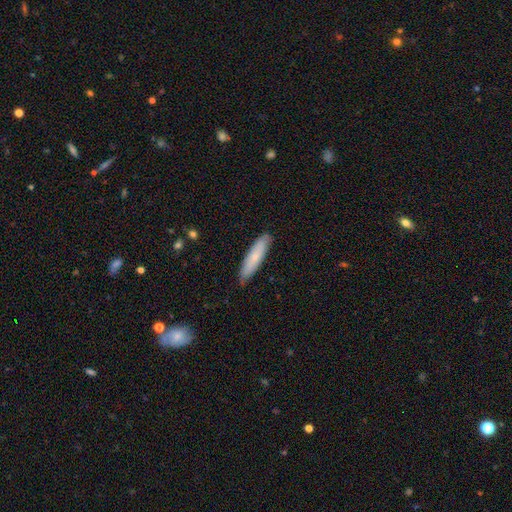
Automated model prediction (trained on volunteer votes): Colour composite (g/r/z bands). It shows a smooth galaxy with no disk features (73%) that is cigar-shaped (79%). Merging: none (86%).